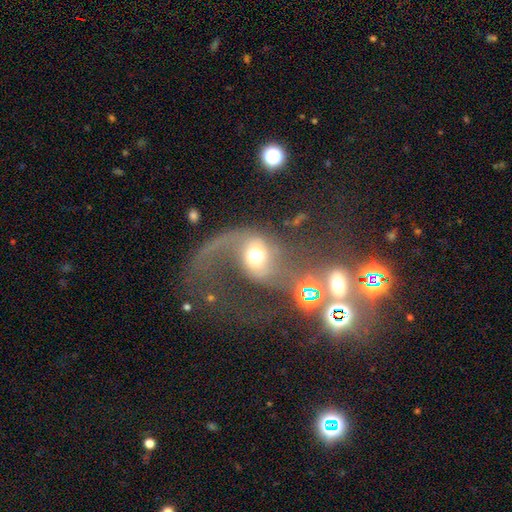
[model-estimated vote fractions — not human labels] Smooth or featured?
  - featured or disk: 54% *
  - smooth: 33%
  - star or artifact: 12%
Edge-on disk?
  - no: 96% *
  - yes: 4%
Bar?
  - no: 67% *
  - weak: 23%
  - strong: 10%
Spiral arms?
  - yes: 69% *
  - no: 31%
Bulge size?
  - moderate: 55% *
  - large: 27%
  - dominant: 8%
  - small: 8%
  - none: 2%
Merging?
  - major disturbance: 47% *
  - merger: 23%
  - none: 20%
  - minor disturbance: 10%